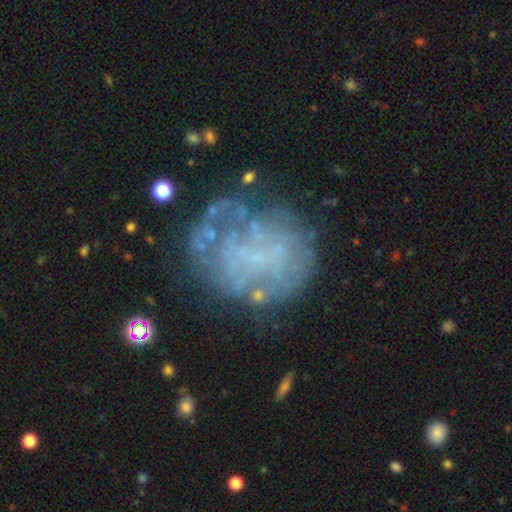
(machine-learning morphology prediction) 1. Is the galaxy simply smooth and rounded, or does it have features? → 61% featured or disk, 25% smooth, 14% star or artifact.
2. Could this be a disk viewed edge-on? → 98% no, 2% yes.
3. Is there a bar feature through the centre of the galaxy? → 83% no, 13% weak, 4% strong.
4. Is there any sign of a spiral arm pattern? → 70% no, 30% yes.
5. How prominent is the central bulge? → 74% none, 17% small, 5% moderate, 2% large, 1% dominant.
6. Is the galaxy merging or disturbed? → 57% none, 19% minor disturbance, 19% major disturbance, 4% merger.